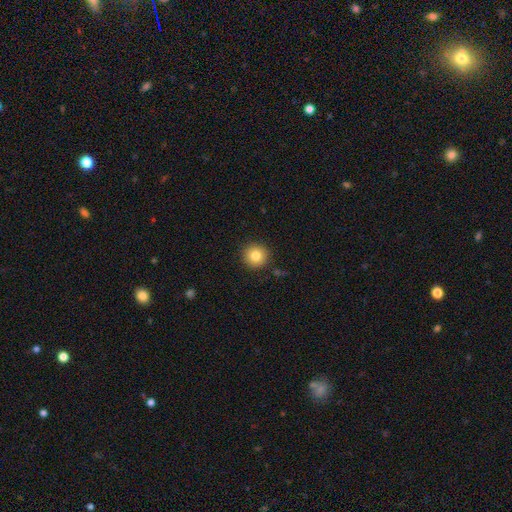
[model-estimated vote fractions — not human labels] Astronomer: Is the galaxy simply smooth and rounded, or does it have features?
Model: smooth — 83%.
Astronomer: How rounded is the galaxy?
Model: round — 95%.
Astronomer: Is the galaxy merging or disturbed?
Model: none — 90%.